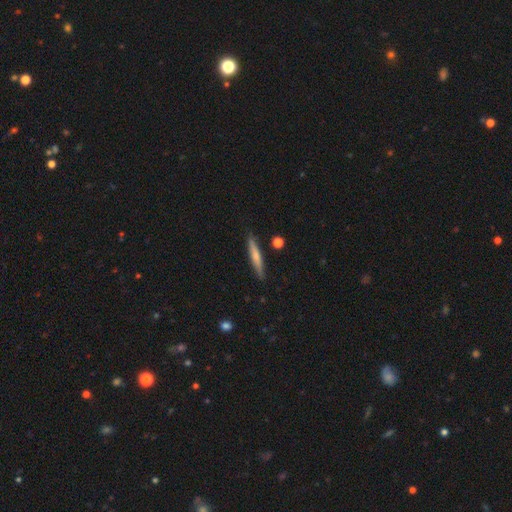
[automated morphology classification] Smooth or featured? smooth (57%)
How rounded? cigar-shaped (93%)
Merging? none (86%)